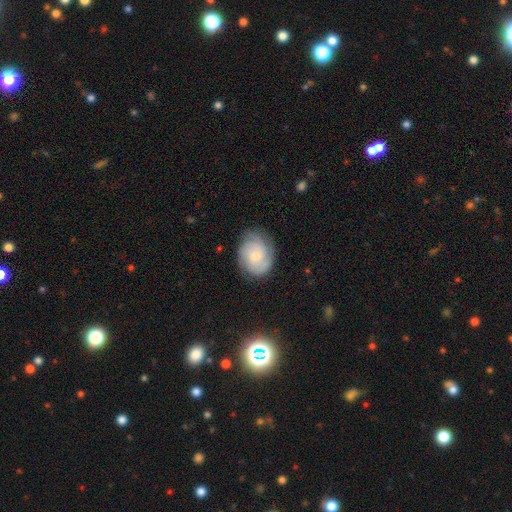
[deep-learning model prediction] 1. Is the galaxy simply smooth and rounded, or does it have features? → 60% featured or disk, 33% smooth, 7% star or artifact.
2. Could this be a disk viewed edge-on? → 98% no, 2% yes.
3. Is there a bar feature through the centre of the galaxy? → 69% no, 28% weak, 3% strong.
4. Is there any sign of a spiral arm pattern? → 91% yes, 9% no.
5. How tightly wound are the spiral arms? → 55% tight, 36% medium, 10% loose.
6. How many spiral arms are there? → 29% can't tell (tied), 29% 2 (tied), 26% 3, 7% 4, 5% 1, 4% more than 4.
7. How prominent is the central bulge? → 63% small, 31% moderate, 3% none, 2% large, 1% dominant.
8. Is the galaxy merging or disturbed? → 78% none, 16% minor disturbance, 5% major disturbance, 1% merger.